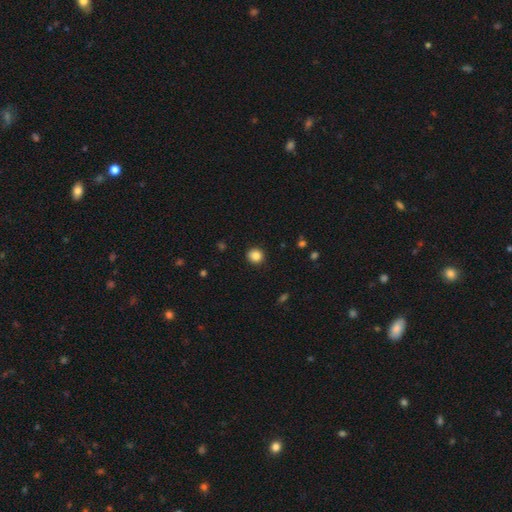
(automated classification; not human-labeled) Morphology: type=smooth (86%); roundness=round (88%); merging=none (90%).